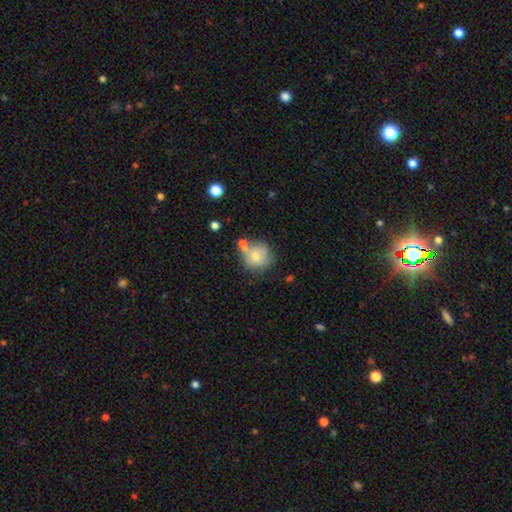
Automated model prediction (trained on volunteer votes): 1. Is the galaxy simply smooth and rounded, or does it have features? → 67% smooth, 25% featured or disk, 8% star or artifact.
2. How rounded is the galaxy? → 85% round, 14% in between, 1% cigar-shaped.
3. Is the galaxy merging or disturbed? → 45% none, 25% merger, 21% minor disturbance, 9% major disturbance.